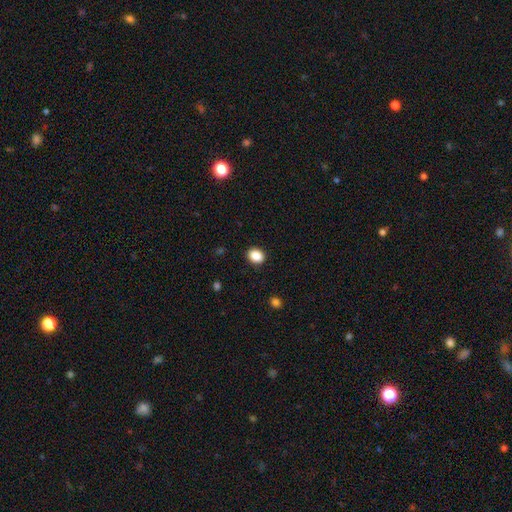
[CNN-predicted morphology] Smooth or featured? smooth (88%)
How rounded? in between (52%)
Merging? none (90%)